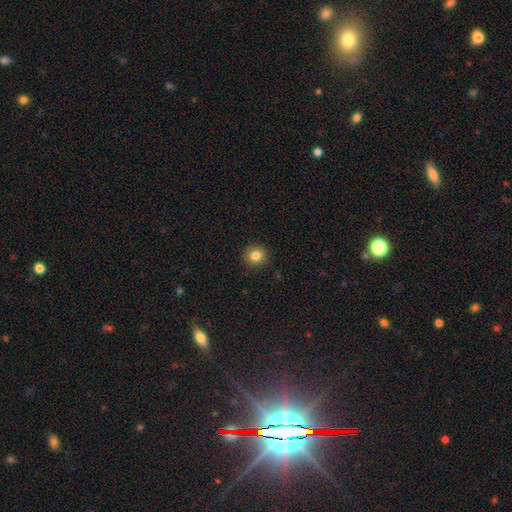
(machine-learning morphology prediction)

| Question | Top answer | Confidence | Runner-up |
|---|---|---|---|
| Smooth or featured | smooth | 83% | star or artifact (11%) |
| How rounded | round | 90% | in between (9%) |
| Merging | none | 91% | minor disturbance (6%) |